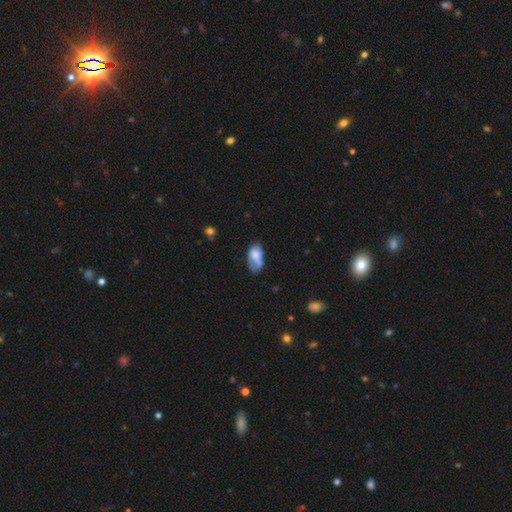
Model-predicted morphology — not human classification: Q: Smooth or featured?
A: smooth (67%); runner-up: featured or disk (24%)
Q: How rounded?
A: in between (92%); runner-up: round (6%)
Q: Merging?
A: minor disturbance (33%); runner-up: none (32%)